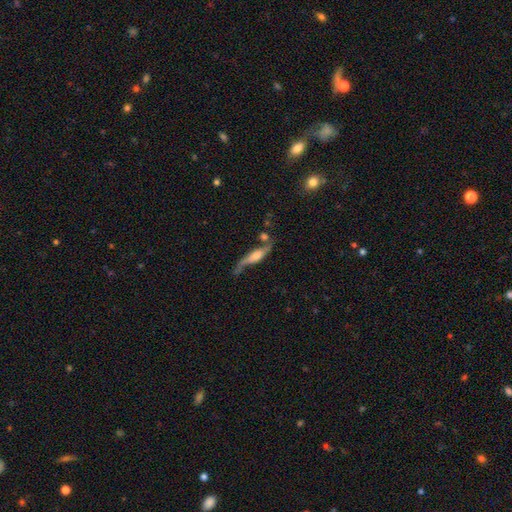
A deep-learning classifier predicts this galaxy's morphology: The model was most divided on "edge-on disk": yes: 56%, no: 44%. Remaining: smooth or featured — featured or disk (70%); merging — none (48%).